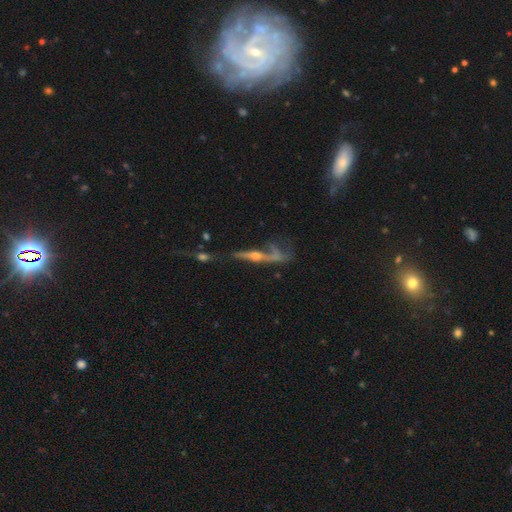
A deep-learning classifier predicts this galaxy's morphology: The model was most divided on "merging": none: 37%, major disturbance: 25%, merger: 20%, minor disturbance: 17%. More confident: smooth or featured — featured or disk (61%); edge-on disk — yes (61%).